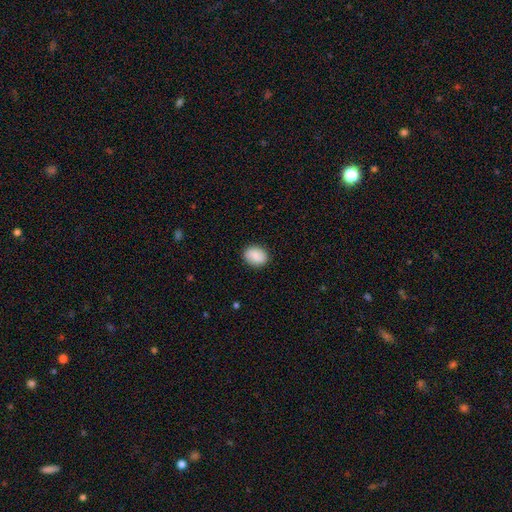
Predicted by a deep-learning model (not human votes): A smooth galaxy with no disk features (83%) that is in between round and cigar-shaped (50%). Merging: none (88%).